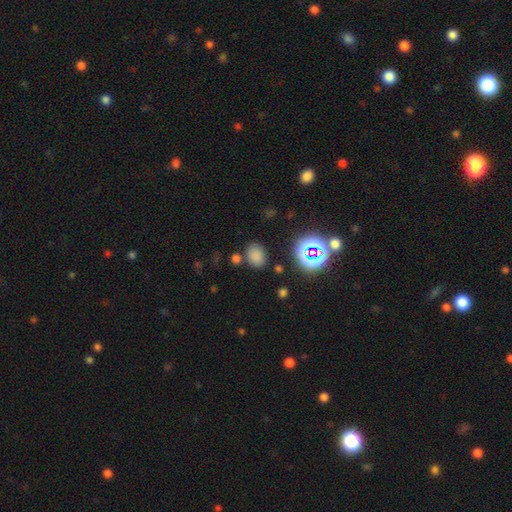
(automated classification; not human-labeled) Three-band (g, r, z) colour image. It shows a smooth galaxy with no disk features (74%) that is in between round and cigar-shaped (70%). Merging: none (76%).